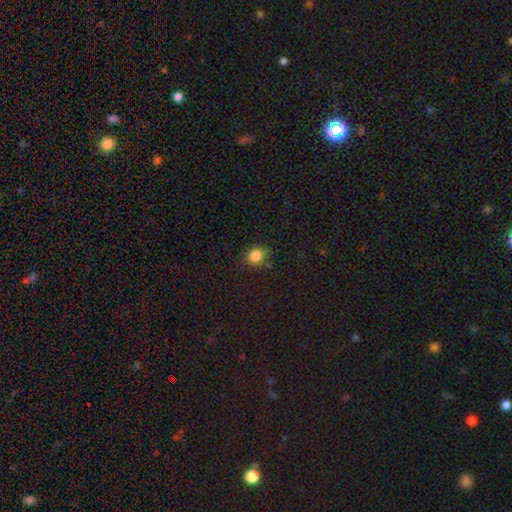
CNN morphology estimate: Q: Smooth or featured?
A: smooth (84%); runner-up: star or artifact (12%)
Q: How rounded?
A: round (80%); runner-up: in between (19%)
Q: Merging?
A: none (78%); runner-up: minor disturbance (16%)